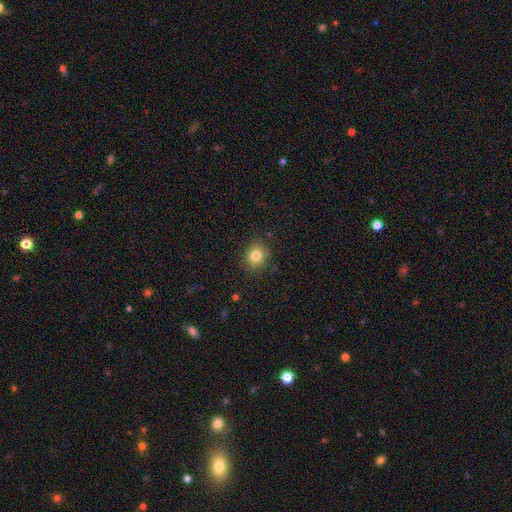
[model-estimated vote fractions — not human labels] Smooth or featured? Predicted: smooth (p=0.81). How rounded? Predicted: round (p=0.81). Merging? Predicted: none (p=0.87).